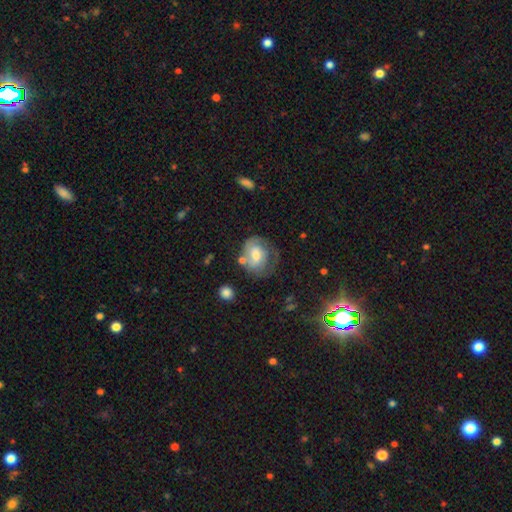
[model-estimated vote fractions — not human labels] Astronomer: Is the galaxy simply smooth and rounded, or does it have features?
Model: featured or disk — 57% (runner-up: smooth, 35%).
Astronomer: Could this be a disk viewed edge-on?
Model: no — 97%.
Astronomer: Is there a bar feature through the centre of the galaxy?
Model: no — 48% (runner-up: weak, 42%).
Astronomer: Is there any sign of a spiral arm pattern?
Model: yes — 79%.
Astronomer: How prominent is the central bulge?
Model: moderate — 57%.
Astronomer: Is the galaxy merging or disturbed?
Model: none — 49% (runner-up: minor disturbance, 25%).